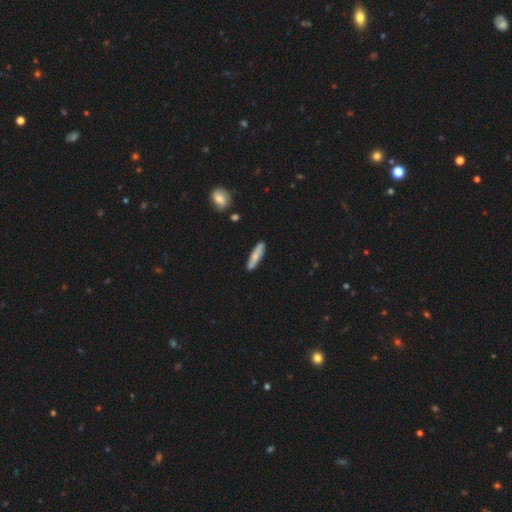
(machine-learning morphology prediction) A smooth galaxy with no disk features (72%) that is cigar-shaped (81%).

Vote fractions:
- Smooth or featured? smooth: 72% / featured or disk: 22% / star or artifact: 6%
- How rounded? cigar-shaped: 81% / in between: 17% / round: 2%
- Merging? none: 84% / minor disturbance: 12% / merger: 2% / major disturbance: 2%